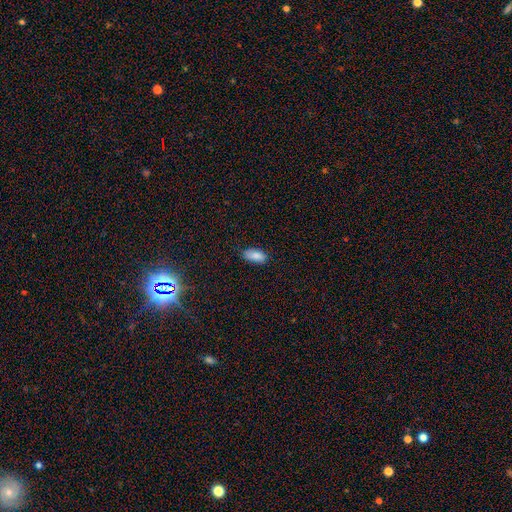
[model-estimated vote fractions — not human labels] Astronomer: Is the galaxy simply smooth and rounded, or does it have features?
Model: smooth — 86%.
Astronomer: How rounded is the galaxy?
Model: in between — 90%.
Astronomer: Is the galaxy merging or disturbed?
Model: none — 80%.